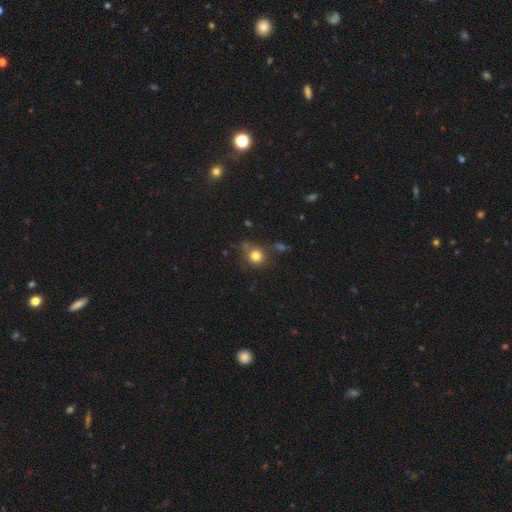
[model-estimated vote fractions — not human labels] smooth 79%, star or artifact 13%, featured or disk 8%. Down the decision tree: how rounded — round (85%); merging — none (70%).